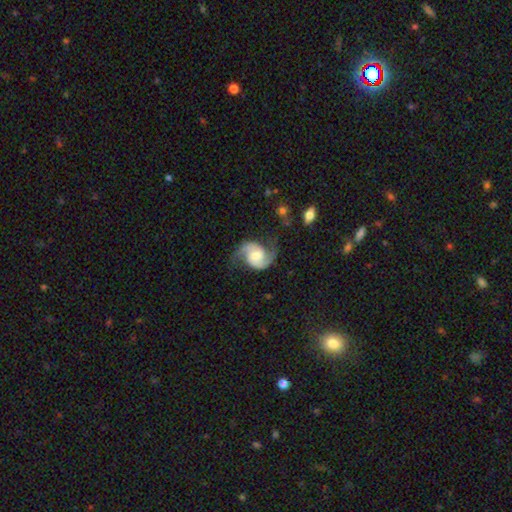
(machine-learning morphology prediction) Q: Smooth or featured?
A: featured or disk (89%); runner-up: smooth (6%)
Q: Edge-on disk?
A: no (98%); runner-up: yes (2%)
Q: Bar?
A: no (51%); runner-up: weak (39%)
Q: Spiral arms?
A: yes (98%); runner-up: no (2%)
Q: Spiral winding?
A: medium (52%); runner-up: loose (32%)
Q: Spiral arm count?
A: 2 (93%); runner-up: can't tell (2%)
Q: Bulge size?
A: moderate (52%); runner-up: small (29%)
Q: Merging?
A: none (73%); runner-up: minor disturbance (17%)